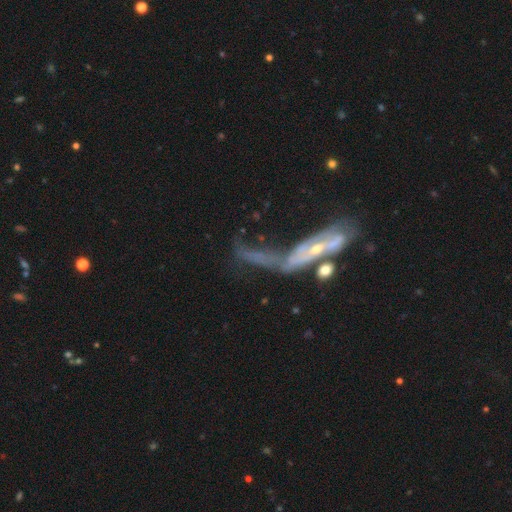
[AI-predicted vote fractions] A featured or disk galaxy (67%).

Vote fractions:
- Smooth or featured? featured or disk: 67% / smooth: 24% / star or artifact: 10%
- Edge-on disk? no: 69% / yes: 31%
- Merging? major disturbance: 37% / merger: 31% / none: 19% / minor disturbance: 14%